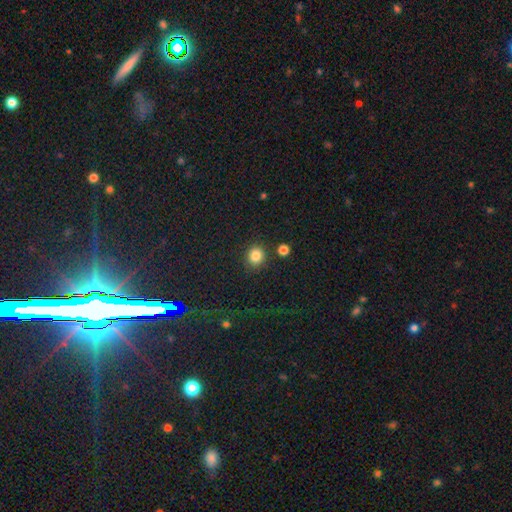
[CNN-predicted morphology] Smooth or featured? Predicted: smooth (p=0.84). How rounded? Predicted: round (p=0.83). Merging? Predicted: none (p=0.86).